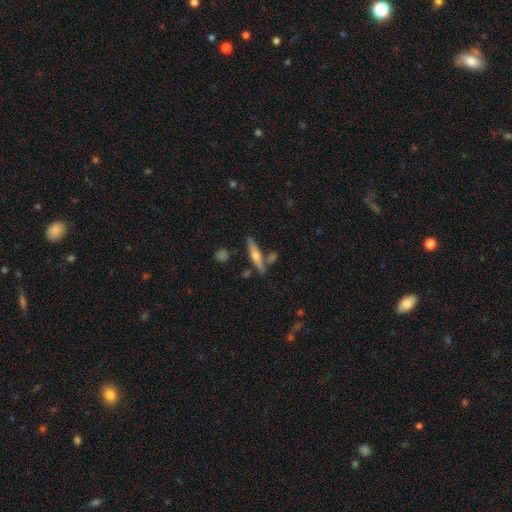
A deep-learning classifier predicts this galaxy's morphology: smooth 47%, featured or disk 46%, star or artifact 7%. Down the decision tree: merging — none (75%).